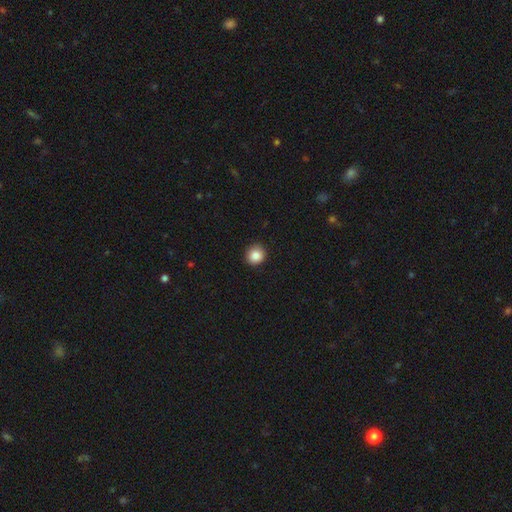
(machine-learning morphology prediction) smooth_or_featured: smooth (p=0.86) [alt: star or artifact p=0.10]
how_rounded: round (p=0.90) [alt: in between p=0.09]
merging: none (p=0.91) [alt: minor disturbance p=0.06]